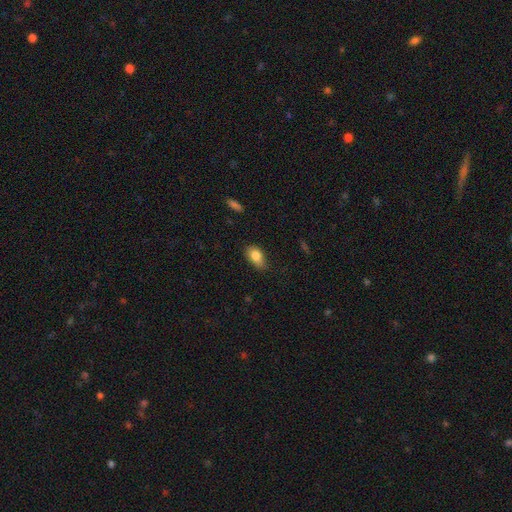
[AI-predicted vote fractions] Morphology: type=smooth (83%); roundness=in between (89%); merging=none (70%).